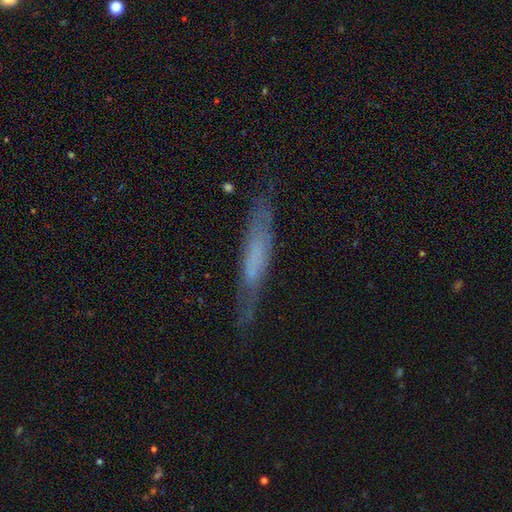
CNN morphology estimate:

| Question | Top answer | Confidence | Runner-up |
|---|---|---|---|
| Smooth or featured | featured or disk | 47% | smooth (45%) |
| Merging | none | 70% | minor disturbance (21%) |